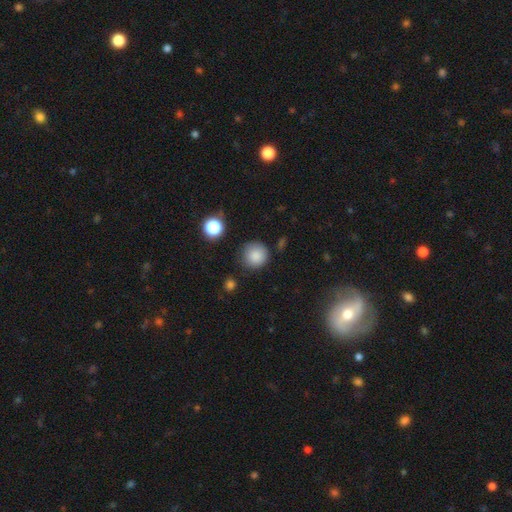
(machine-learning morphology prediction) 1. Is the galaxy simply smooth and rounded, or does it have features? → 85% smooth, 10% star or artifact, 5% featured or disk.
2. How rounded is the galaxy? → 93% round, 6% in between, 1% cigar-shaped.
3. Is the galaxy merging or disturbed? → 80% none, 13% minor disturbance, 4% major disturbance, 3% merger.